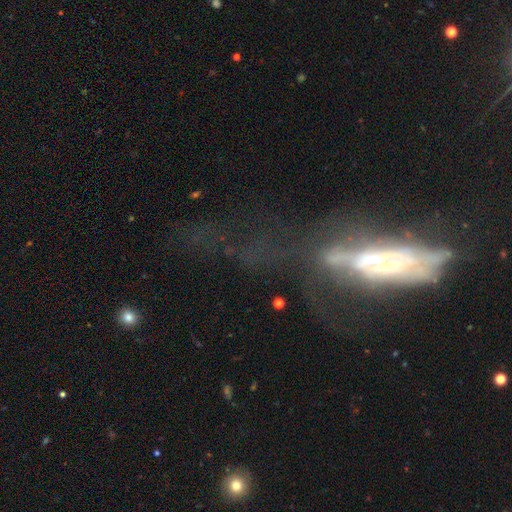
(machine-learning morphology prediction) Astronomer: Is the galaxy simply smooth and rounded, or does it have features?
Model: featured or disk — 61%.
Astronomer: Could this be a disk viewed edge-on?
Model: no — 61% (runner-up: yes, 39%).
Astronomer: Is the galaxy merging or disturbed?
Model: major disturbance — 46% (runner-up: none, 27%).